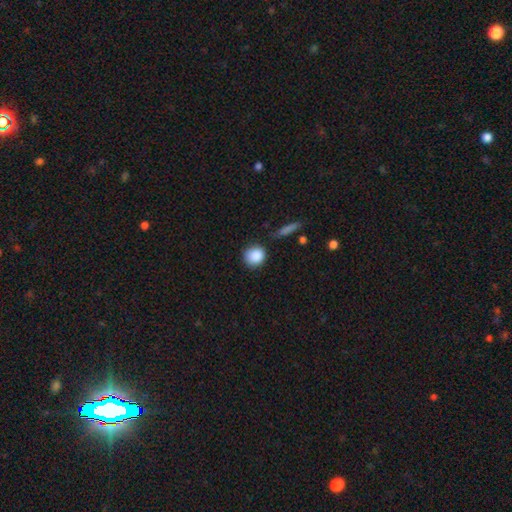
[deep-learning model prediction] Smooth or featured: smooth — 88% (star or artifact — 8%)
How rounded: round — 87% (in between — 12%)
Merging: none — 80% (minor disturbance — 13%)